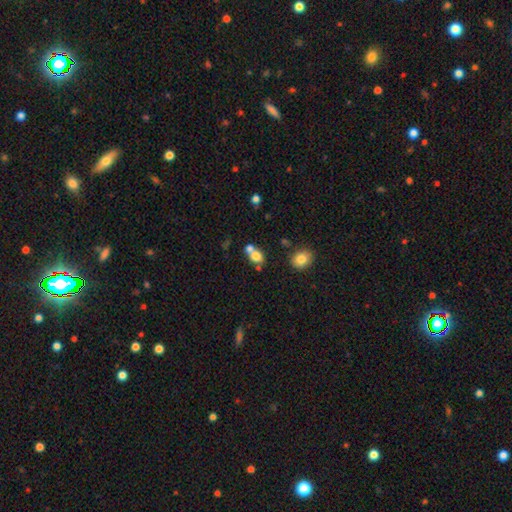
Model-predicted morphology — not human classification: type=smooth (76%); roundness=round (55%); merging=merger (46%).